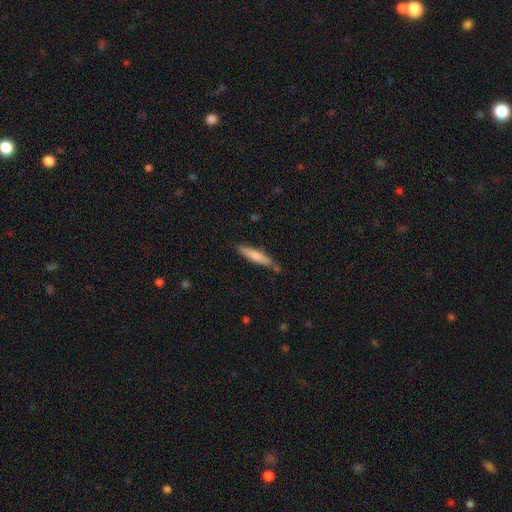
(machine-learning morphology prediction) smooth_or_featured: smooth (p=0.72) [alt: featured or disk p=0.22]
how_rounded: cigar-shaped (p=0.88) [alt: in between p=0.11]
merging: none (p=0.74) [alt: minor disturbance p=0.19]